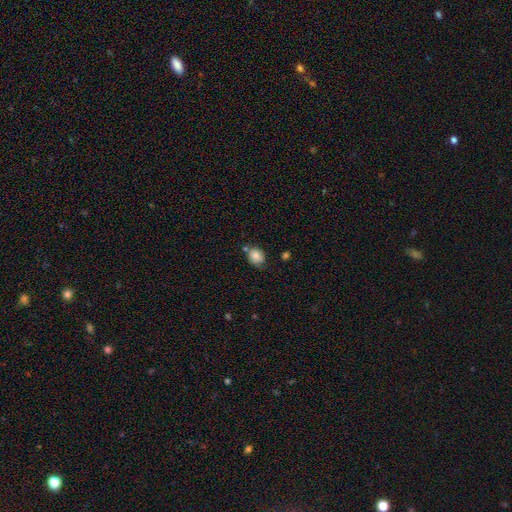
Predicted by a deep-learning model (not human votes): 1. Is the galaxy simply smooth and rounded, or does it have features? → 80% smooth, 11% featured or disk, 9% star or artifact.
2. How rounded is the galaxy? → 58% round, 41% in between, 1% cigar-shaped.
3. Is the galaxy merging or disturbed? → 61% none, 24% minor disturbance, 9% merger, 6% major disturbance.